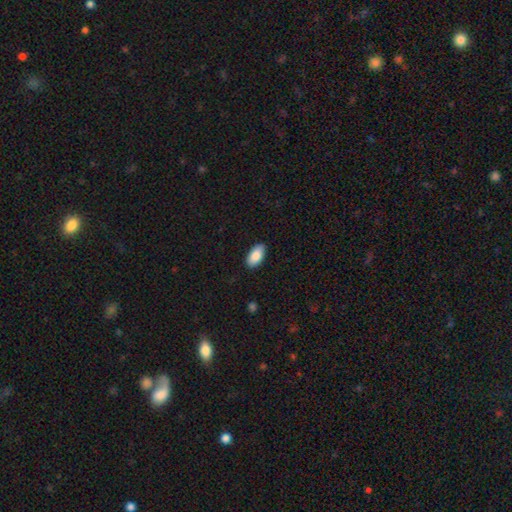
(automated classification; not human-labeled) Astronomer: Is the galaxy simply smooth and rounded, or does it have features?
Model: smooth — 87%.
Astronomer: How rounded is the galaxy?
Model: in between — 94%.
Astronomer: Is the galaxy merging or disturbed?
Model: none — 88%.